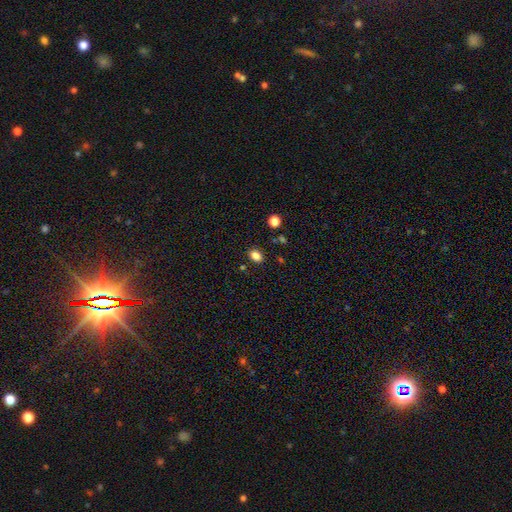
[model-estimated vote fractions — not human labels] The model was most divided on "how rounded": in between: 75%, round: 23%, cigar-shaped: 1%. More confident: merging — none (85%); smooth or featured — smooth (84%).